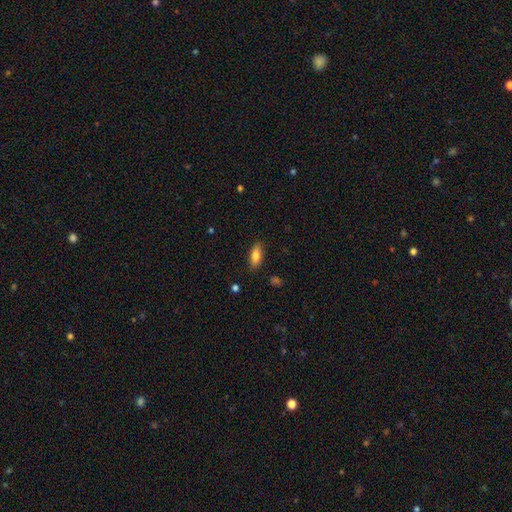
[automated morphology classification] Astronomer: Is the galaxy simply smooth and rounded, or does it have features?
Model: smooth — 81%.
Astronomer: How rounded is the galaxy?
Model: in between — 79%.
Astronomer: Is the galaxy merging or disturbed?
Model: none — 84%.